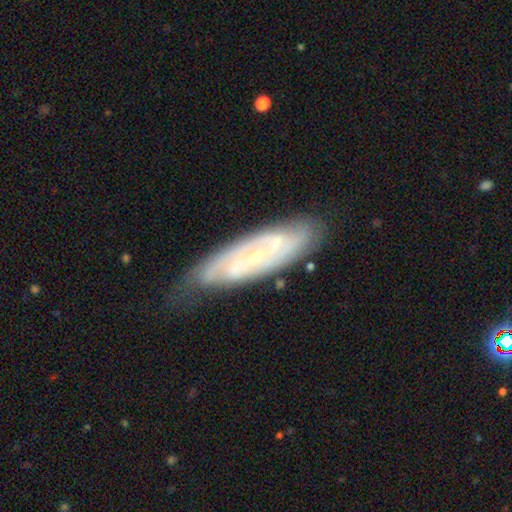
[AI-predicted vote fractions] A featured or disk galaxy (82%) with no bar (50%), 2 (45%) tight (61%) spiral arms (95%) and a small central bulge (76%).

Vote fractions:
- Smooth or featured? featured or disk: 82% / smooth: 12% / star or artifact: 6%
- Edge-on disk? no: 86% / yes: 14%
- Bar? no: 50% / weak: 36% / strong: 13%
- Spiral arms? yes: 95% / no: 5%
- Spiral winding? tight: 61% / medium: 32% / loose: 7%
- Spiral arm count? 2: 45% / can't tell: 29% / 3: 13% / 4: 5% / 1: 3% / more than 4: 3%
- Bulge size? small: 76% / moderate: 19% / none: 3% / large: 1% / dominant: 1%
- Merging? none: 70% / minor disturbance: 23% / major disturbance: 5% / merger: 2%